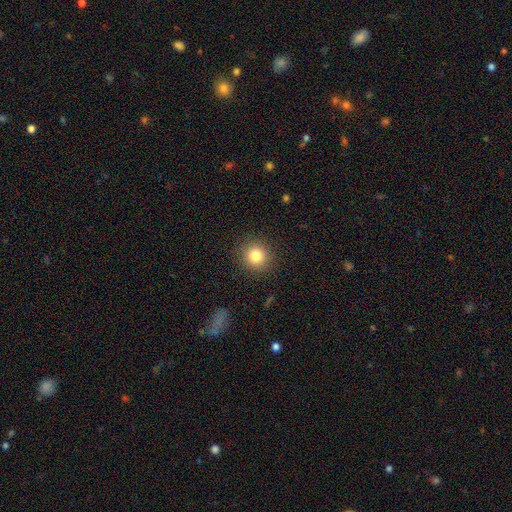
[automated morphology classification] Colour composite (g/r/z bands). It shows a smooth galaxy with no disk features (82%) that is round (91%). Merging: none (90%).